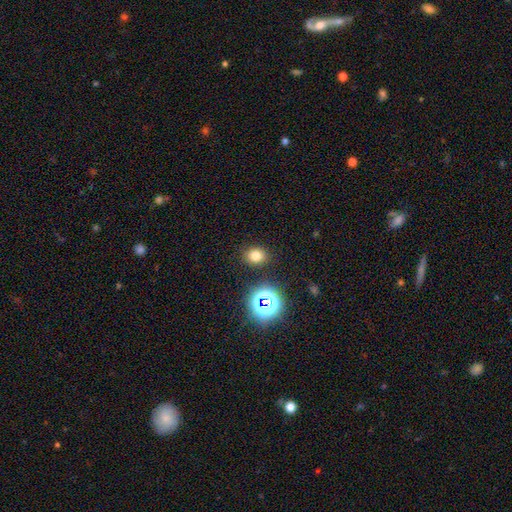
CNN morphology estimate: This appears to be a smooth galaxy with no disk features (74%) that is round (58%). Merging: none (87%).